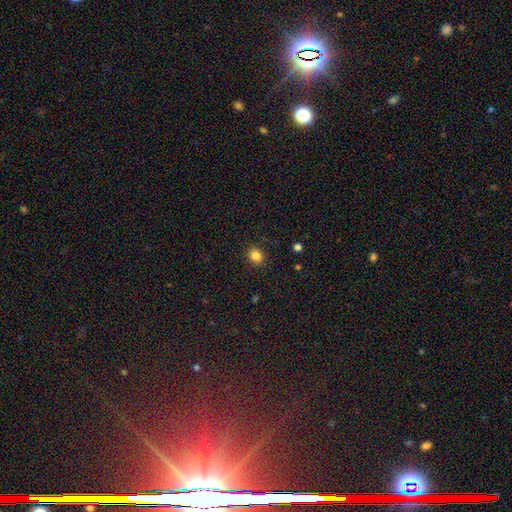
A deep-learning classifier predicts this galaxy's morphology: smooth-or-featured: smooth: 84% | star or artifact: 12% | featured or disk: 4%
  how-rounded: round: 68% | in between: 31% | cigar-shaped: 1%
  merging: none: 88% | minor disturbance: 8% | major disturbance: 3% | merger: 1%